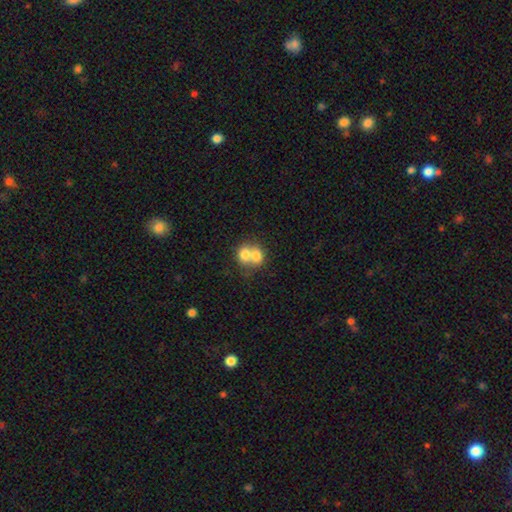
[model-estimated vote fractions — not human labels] smooth_or_featured: smooth (p=0.72) [alt: featured or disk p=0.20]
how_rounded: round (p=0.65) [alt: in between p=0.34]
merging: merger (p=0.72) [alt: none p=0.21]